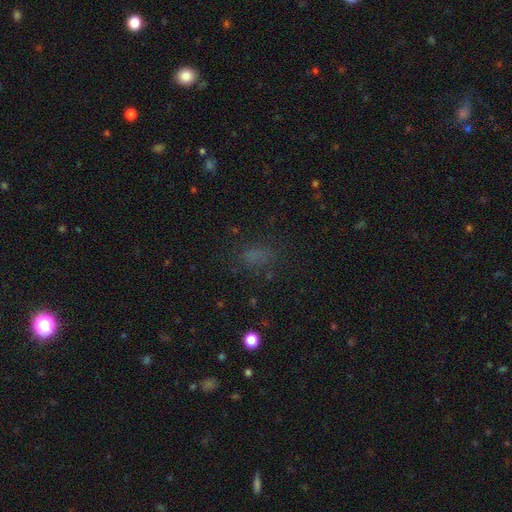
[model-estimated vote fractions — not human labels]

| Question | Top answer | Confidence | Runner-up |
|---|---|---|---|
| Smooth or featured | smooth | 65% | star or artifact (25%) |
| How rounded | in between | 75% | round (21%) |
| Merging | none | 70% | minor disturbance (16%) |